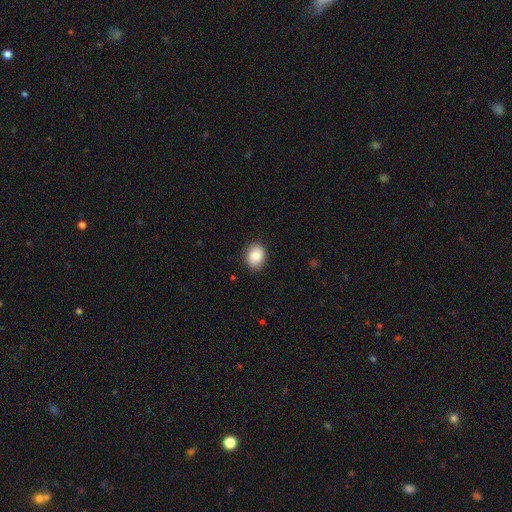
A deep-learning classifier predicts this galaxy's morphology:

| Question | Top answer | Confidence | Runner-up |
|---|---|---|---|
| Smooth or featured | smooth | 85% | featured or disk (8%) |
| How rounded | in between | 50% | tied: round (50%) |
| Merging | none | 87% | minor disturbance (10%) |